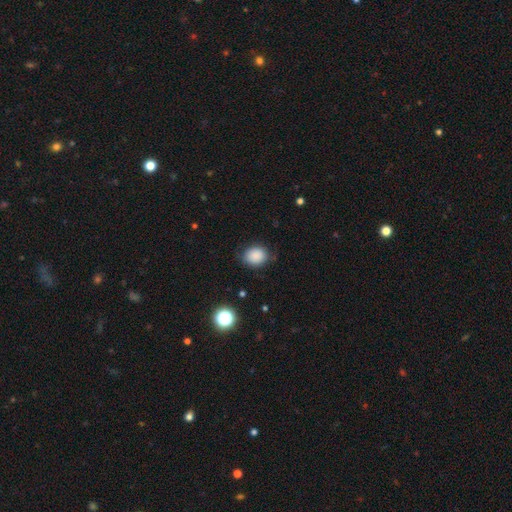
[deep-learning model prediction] A smooth galaxy with no disk features (87%) that is round (61%). Merging: none (82%).